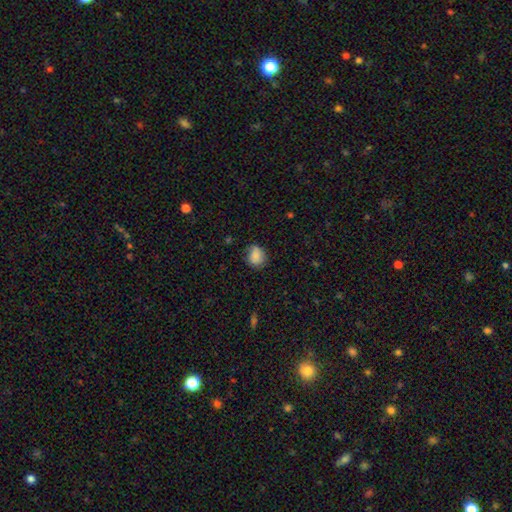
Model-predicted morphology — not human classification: A smooth galaxy with no disk features (84%) that is round (62%).

Vote fractions:
- Smooth or featured? smooth: 84% / star or artifact: 8% / featured or disk: 8%
- How rounded? round: 62% / in between: 37% / cigar-shaped: 1%
- Merging? none: 71% / minor disturbance: 22% / major disturbance: 5% / merger: 1%